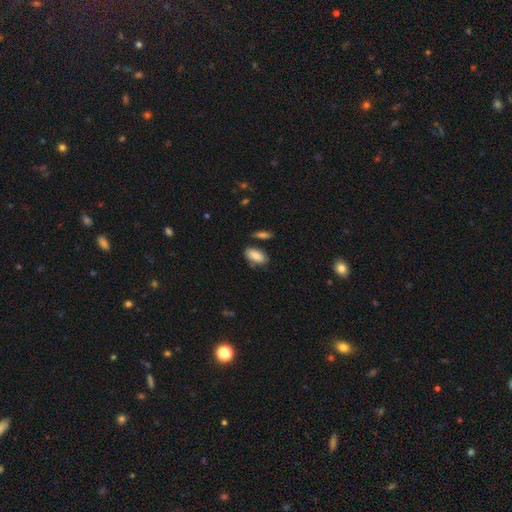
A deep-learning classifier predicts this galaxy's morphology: smooth 84%, featured or disk 9%, star or artifact 6%. Down the decision tree: how rounded — in between (92%); merging — none (72%).